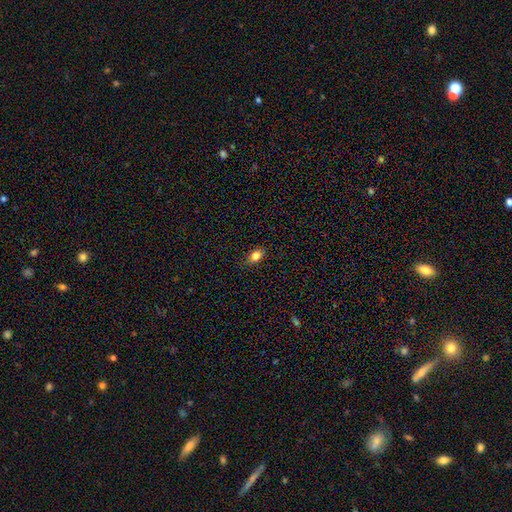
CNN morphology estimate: This appears to be a smooth galaxy with no disk features (83%) that is in between round and cigar-shaped (81%). Merging: none (84%).